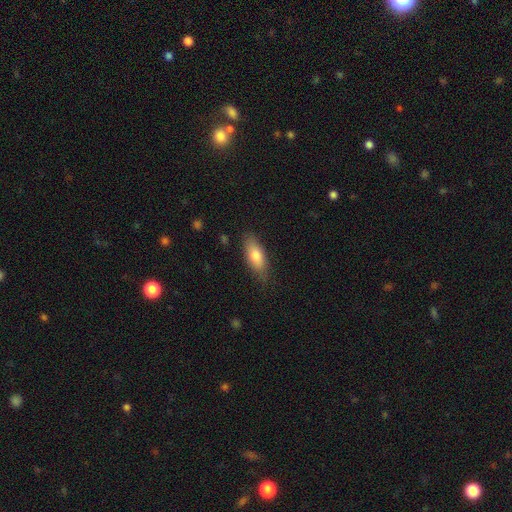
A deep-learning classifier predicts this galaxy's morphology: This is likely a smooth galaxy (78%). How rounded: likely in between (75%). Merging: likely none (80%).